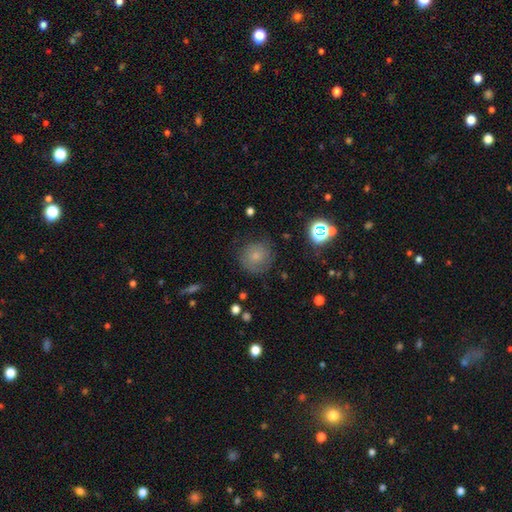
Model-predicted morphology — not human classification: Smooth or featured: smooth — 71% (featured or disk — 16%)
How rounded: round — 91% (in between — 8%)
Merging: none — 74% (minor disturbance — 17%)